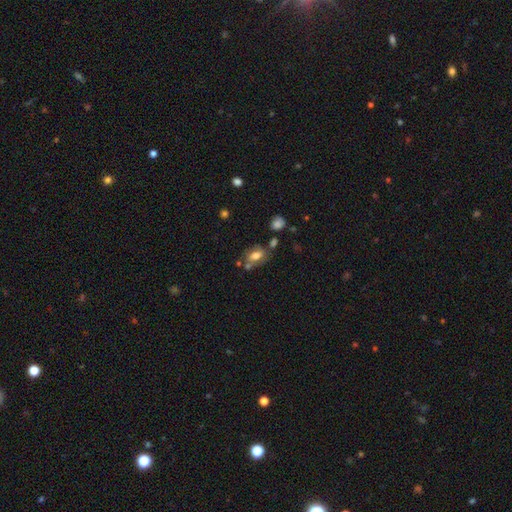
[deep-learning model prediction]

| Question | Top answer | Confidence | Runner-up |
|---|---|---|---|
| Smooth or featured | smooth | 62% | featured or disk (28%) |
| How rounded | in between | 82% | round (15%) |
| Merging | none | 53% | minor disturbance (20%) |